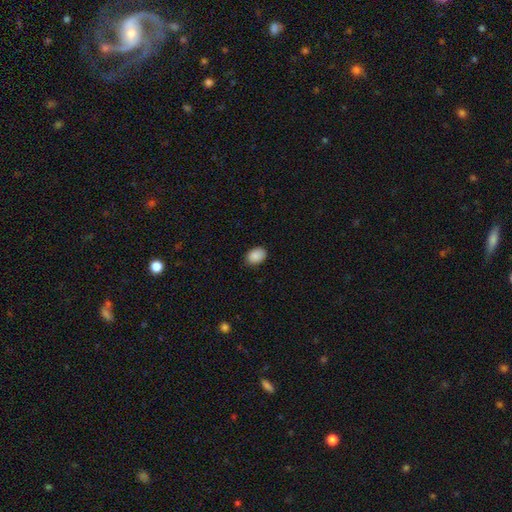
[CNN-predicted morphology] Smooth or featured? smooth (89%)
How rounded? in between (79%)
Merging? none (86%)